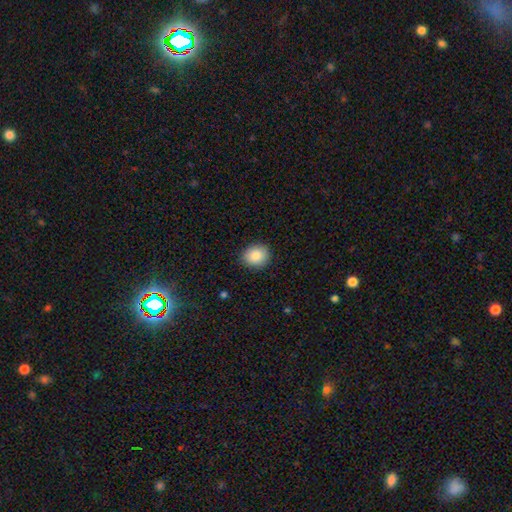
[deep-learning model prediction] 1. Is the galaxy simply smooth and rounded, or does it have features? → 87% smooth, 8% star or artifact, 5% featured or disk.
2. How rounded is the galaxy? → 69% round, 30% in between, 1% cigar-shaped.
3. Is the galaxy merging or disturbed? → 89% none, 8% minor disturbance, 2% major disturbance, 1% merger.